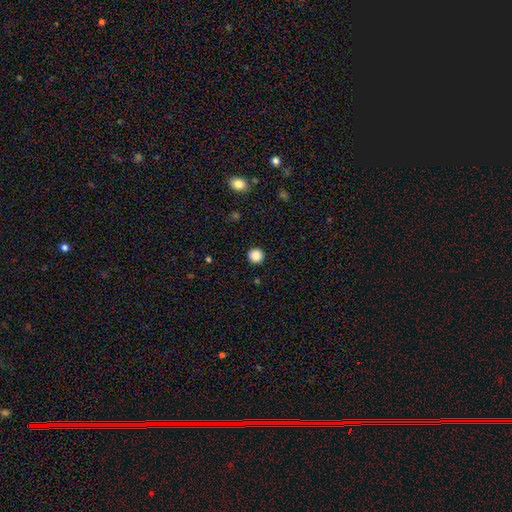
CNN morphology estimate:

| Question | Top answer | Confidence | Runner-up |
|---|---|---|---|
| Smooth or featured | smooth | 86% | star or artifact (10%) |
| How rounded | round | 95% | in between (4%) |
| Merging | none | 93% | minor disturbance (4%) |